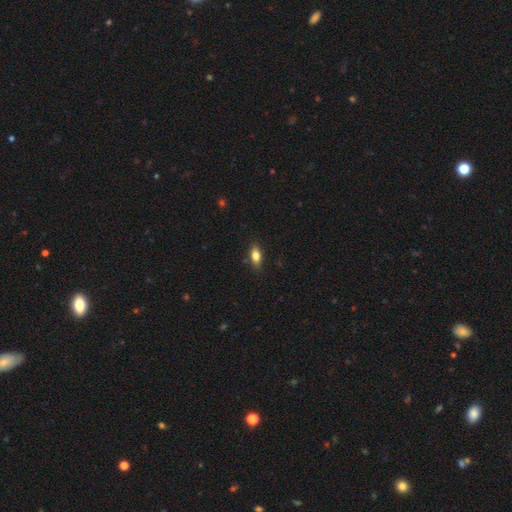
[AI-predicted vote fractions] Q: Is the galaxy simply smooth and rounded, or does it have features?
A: smooth — 80%.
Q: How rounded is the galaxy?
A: in between — 84%.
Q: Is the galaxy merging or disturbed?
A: none — 85%.